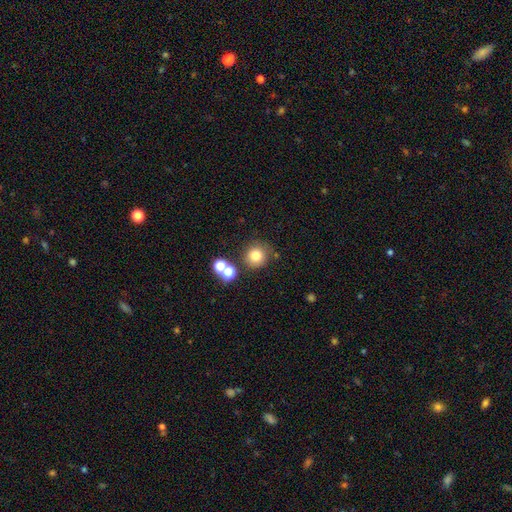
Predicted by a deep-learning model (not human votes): This appears to be a smooth galaxy with no disk features (77%) that is round (91%). Merging: none (73%).